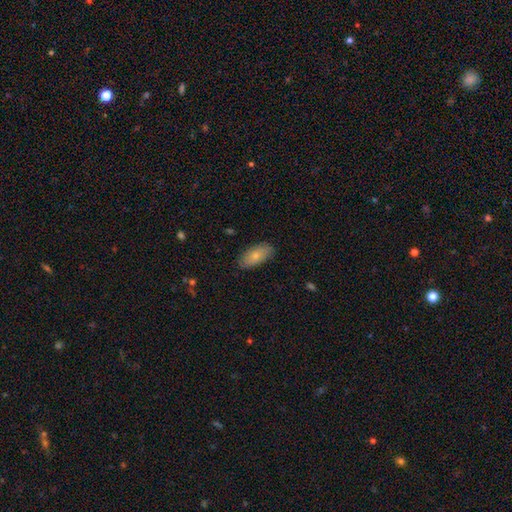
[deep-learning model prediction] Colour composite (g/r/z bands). It shows a smooth galaxy with no disk features (78%) that is in between round and cigar-shaped (91%). Merging: none (83%).